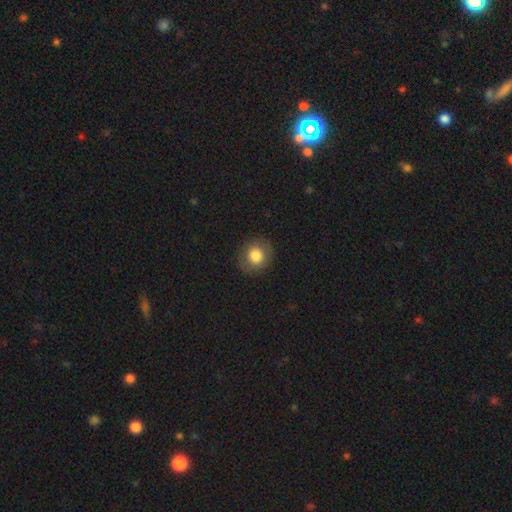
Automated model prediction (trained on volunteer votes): Overall: smooth (81%). How rounded: round (84%). Merging: none (88%).